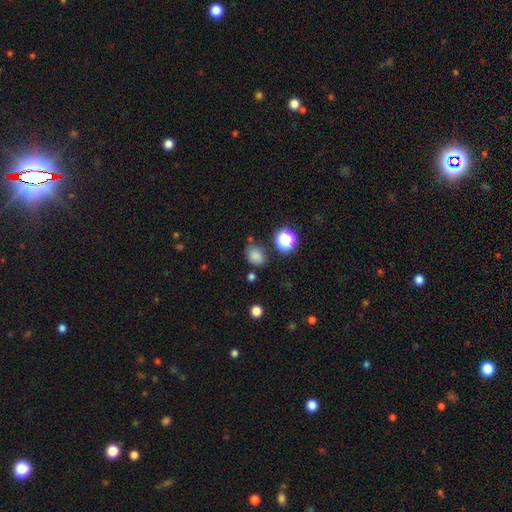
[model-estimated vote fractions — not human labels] A smooth galaxy with no disk features (79%) that is in between round and cigar-shaped (57%). Merging: none (73%).